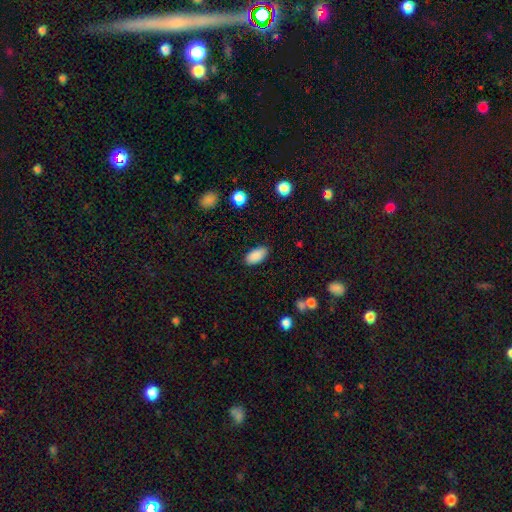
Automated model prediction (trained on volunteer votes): Smooth or featured? Predicted: smooth (p=0.89). How rounded? Predicted: in between (p=0.93). Merging? Predicted: none (p=0.86).